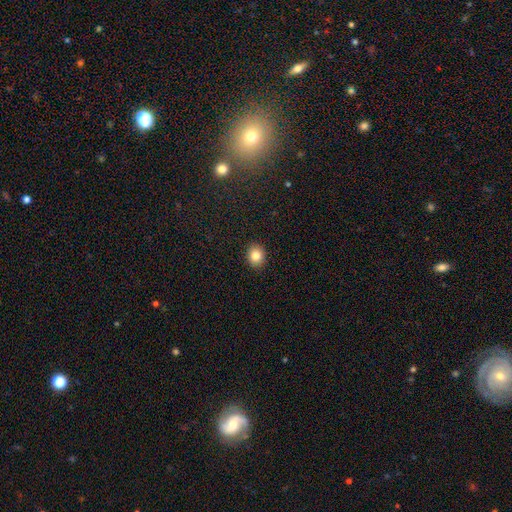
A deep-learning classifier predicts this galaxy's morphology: smooth-or-featured: smooth: 83% | star or artifact: 10% | featured or disk: 7%
  how-rounded: round: 59% | in between: 40% | cigar-shaped: 1%
  merging: none: 91% | minor disturbance: 7% | major disturbance: 2% | merger: 1%